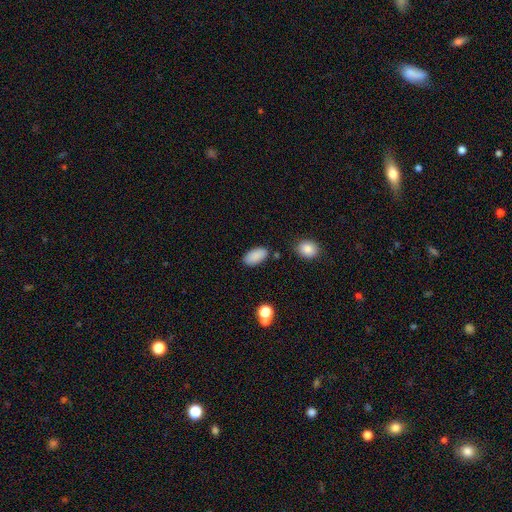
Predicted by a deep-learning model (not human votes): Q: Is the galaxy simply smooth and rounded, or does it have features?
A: smooth — 88%.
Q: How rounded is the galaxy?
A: in between — 93%.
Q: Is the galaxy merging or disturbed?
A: none — 81%.